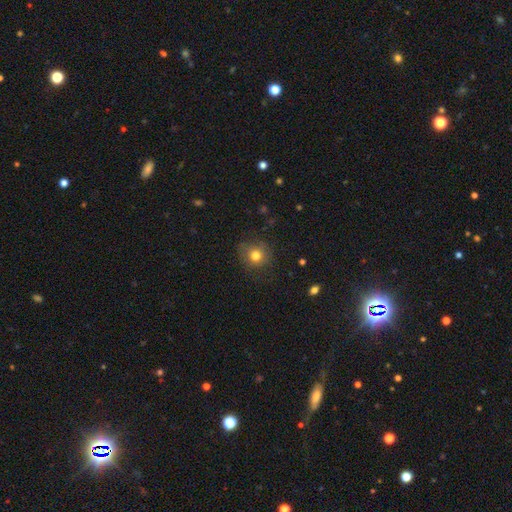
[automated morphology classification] smooth 78%, star or artifact 13%, featured or disk 10%. Down the decision tree: how rounded — round (86%); merging — none (77%).